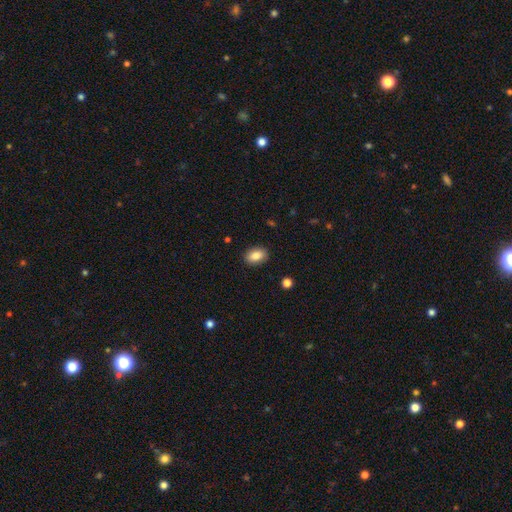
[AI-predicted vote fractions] Smooth or featured? smooth (86%)
How rounded? in between (84%)
Merging? none (88%)